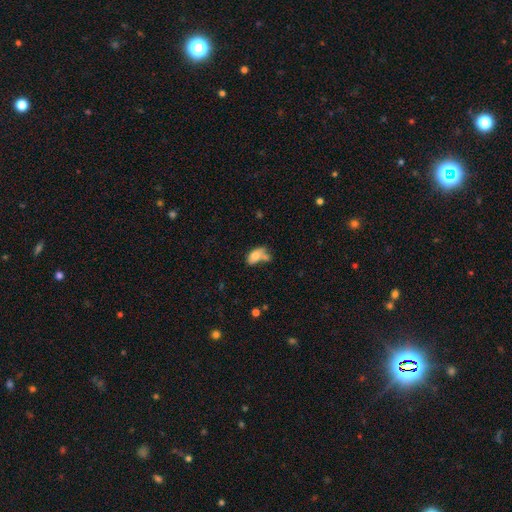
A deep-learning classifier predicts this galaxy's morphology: Smooth or featured? Predicted: smooth (p=0.71). How rounded? Predicted: in between (p=0.88). Merging? Predicted: merger (p=0.40).